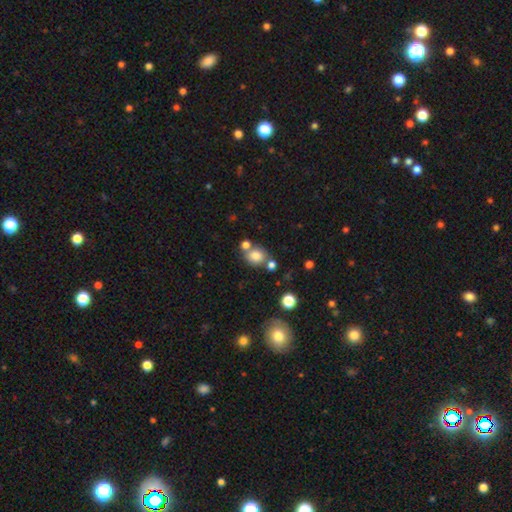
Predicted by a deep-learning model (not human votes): A smooth galaxy with no disk features (81%) that is round (70%).

Vote fractions:
- Smooth or featured? smooth: 81% / star or artifact: 12% / featured or disk: 8%
- How rounded? round: 70% / in between: 29% / cigar-shaped: 1%
- Merging? none: 63% / merger: 21% / minor disturbance: 11% / major disturbance: 4%